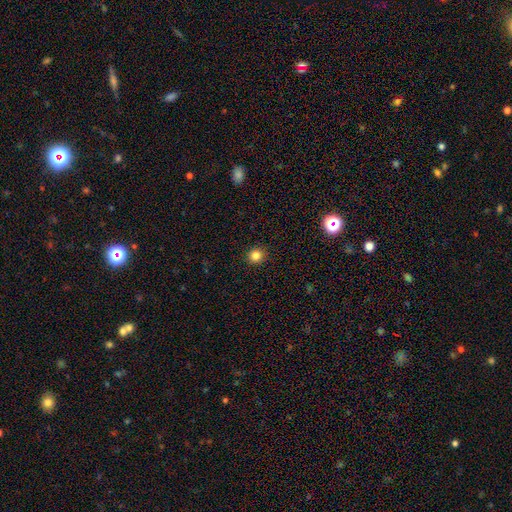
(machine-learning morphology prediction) A smooth galaxy with no disk features (83%) that is round (92%).

Vote fractions:
- Smooth or featured? smooth: 83% / star or artifact: 12% / featured or disk: 4%
- How rounded? round: 92% / in between: 7% / cigar-shaped: 1%
- Merging? none: 92% / minor disturbance: 5% / major disturbance: 2% / merger: 1%